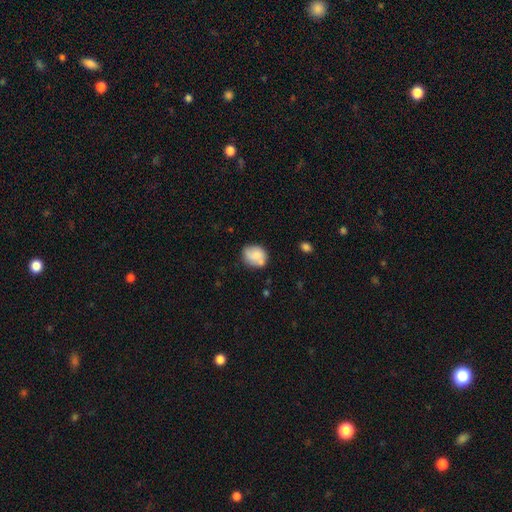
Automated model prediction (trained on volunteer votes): A smooth galaxy with no disk features (75%) that is round (58%). Merging: none (59%).